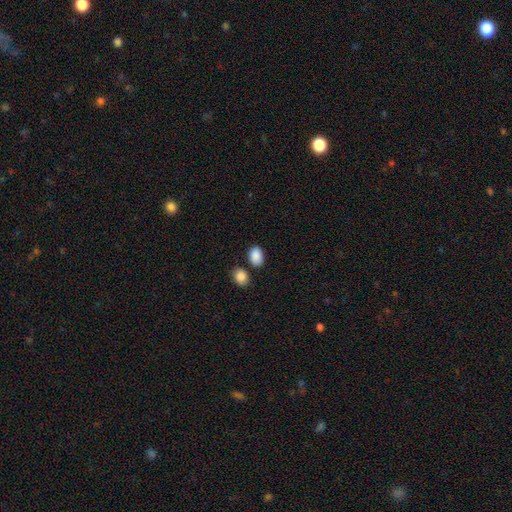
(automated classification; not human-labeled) Q: Smooth or featured?
A: smooth (89%); runner-up: star or artifact (7%)
Q: How rounded?
A: in between (84%); runner-up: round (15%)
Q: Merging?
A: none (77%); runner-up: minor disturbance (11%)